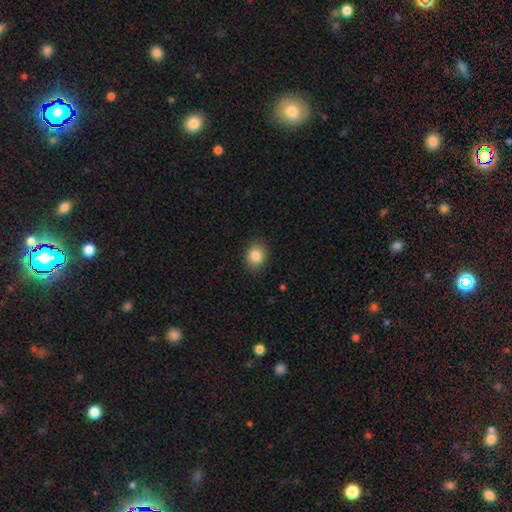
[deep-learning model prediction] Smooth or featured?
  - smooth: 86% *
  - star or artifact: 9%
  - featured or disk: 5%
How rounded?
  - round: 56% *
  - in between: 43%
  - cigar-shaped: 1%
Merging?
  - none: 88% *
  - minor disturbance: 9%
  - major disturbance: 2%
  - merger: 1%